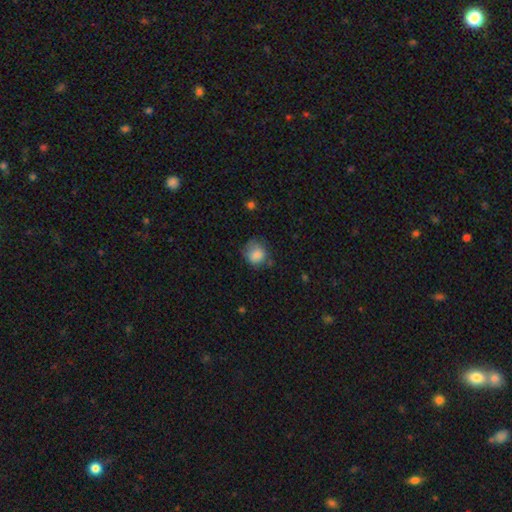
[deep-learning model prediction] smooth 82%, star or artifact 9%, featured or disk 8%. Down the decision tree: how rounded — round (72%); merging — none (55%).